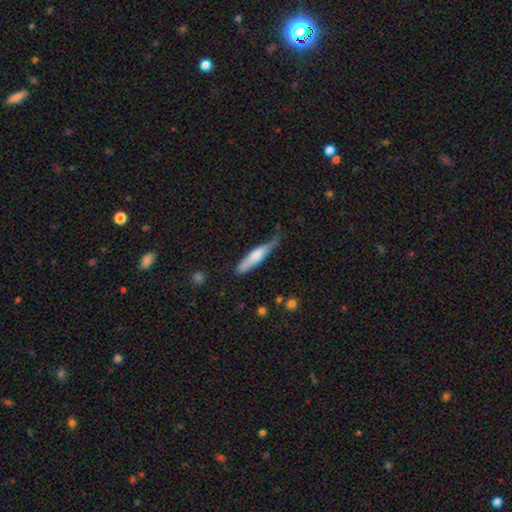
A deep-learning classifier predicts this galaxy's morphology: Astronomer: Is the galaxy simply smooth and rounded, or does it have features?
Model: smooth — 63%.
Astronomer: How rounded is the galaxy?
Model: cigar-shaped — 80%.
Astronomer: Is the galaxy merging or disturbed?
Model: none — 49% (runner-up: minor disturbance, 37%).